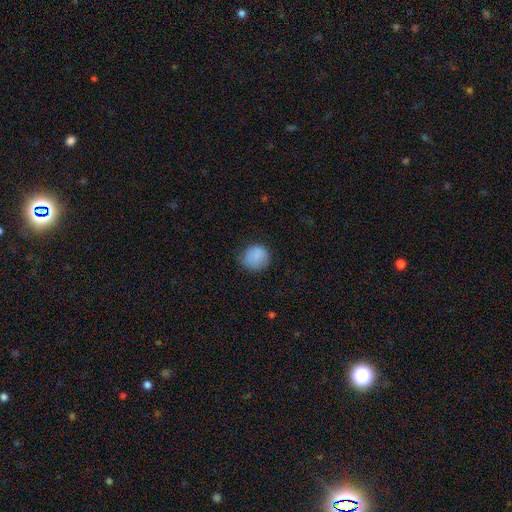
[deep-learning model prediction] Smooth or featured? smooth (87%)
How rounded? round (86%)
Merging? none (75%)